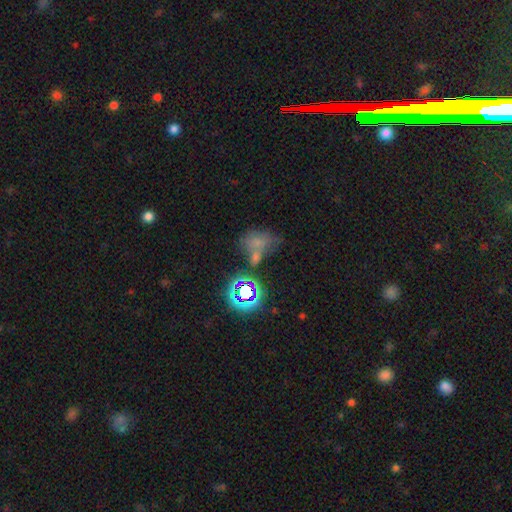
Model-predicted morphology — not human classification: This appears to be a smooth galaxy with no disk features (45%). Merging: merger (36%).